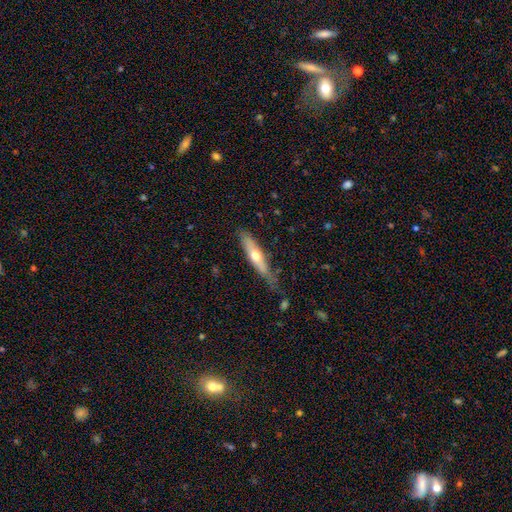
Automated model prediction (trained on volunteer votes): The model was most divided on "smooth or featured": smooth: 49%, featured or disk: 45%, star or artifact: 6%. More confident: merging — none (67%).